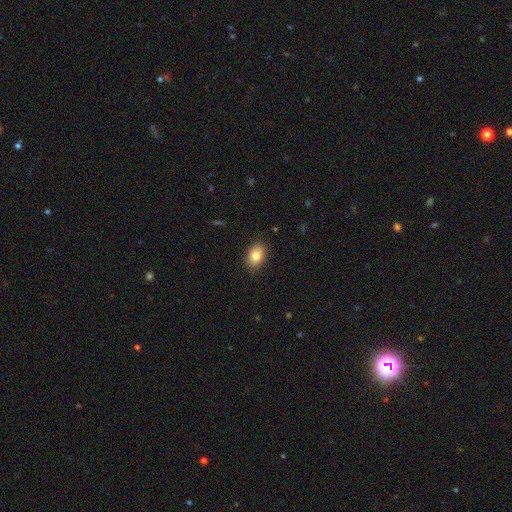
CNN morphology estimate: Q: Smooth or featured?
A: smooth (84%); runner-up: featured or disk (8%)
Q: How rounded?
A: in between (85%); runner-up: round (14%)
Q: Merging?
A: none (87%); runner-up: minor disturbance (10%)